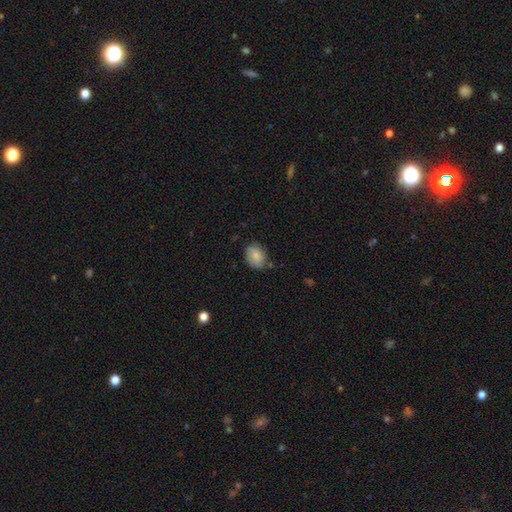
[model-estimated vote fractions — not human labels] smooth-or-featured: smooth: 83% | featured or disk: 10% | star or artifact: 7%
  how-rounded: in between: 68% | round: 31% | cigar-shaped: 1%
  merging: none: 72% | minor disturbance: 21% | major disturbance: 4% | merger: 4%